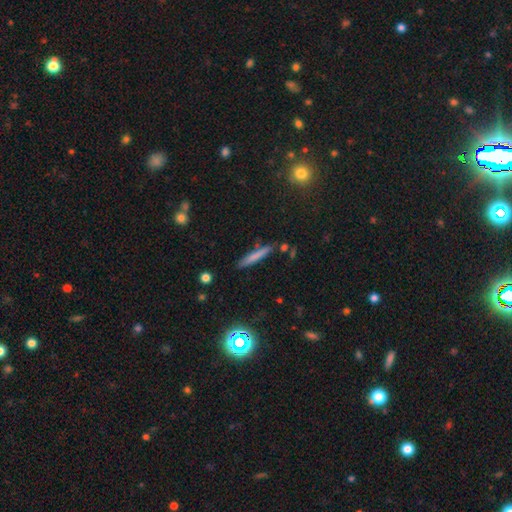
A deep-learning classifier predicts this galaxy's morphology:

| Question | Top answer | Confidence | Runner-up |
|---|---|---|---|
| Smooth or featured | smooth | 70% | featured or disk (21%) |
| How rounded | cigar-shaped | 94% | in between (5%) |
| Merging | none | 83% | minor disturbance (11%) |